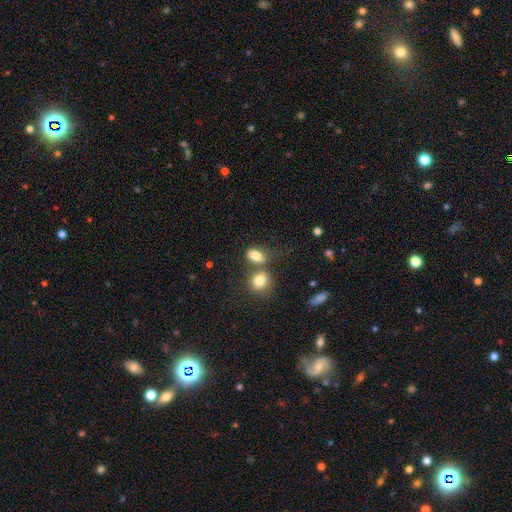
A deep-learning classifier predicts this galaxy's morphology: smooth_or_featured: smooth (p=0.80) [alt: featured or disk p=0.10]
how_rounded: in between (p=0.81) [alt: round p=0.17]
merging: none (p=0.41) [tied with: merger p=0.41]